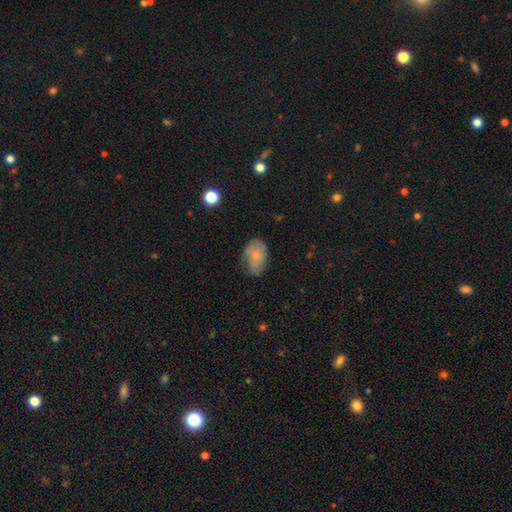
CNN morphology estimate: Overall: smooth (64%; featured or disk 27%). How rounded: in between (85%). Merging: none (50%; minor disturbance 34%).